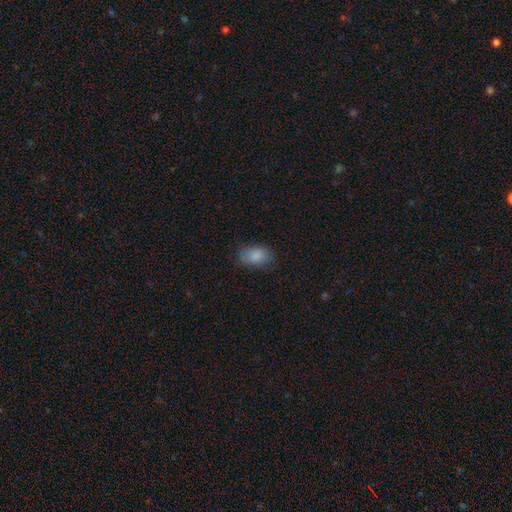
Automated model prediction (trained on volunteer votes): This appears to be a smooth galaxy with no disk features (85%) that is in between round and cigar-shaped (91%). Merging: none (75%).